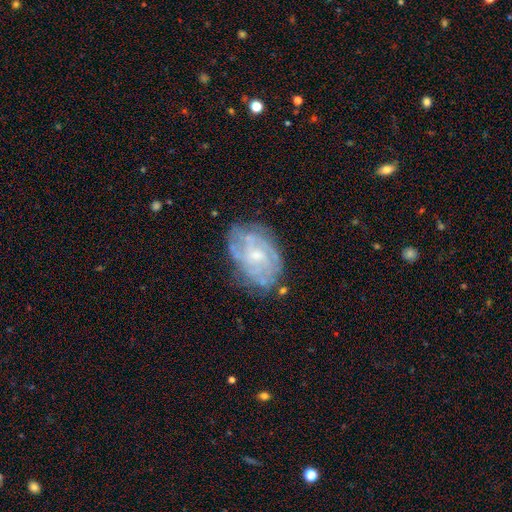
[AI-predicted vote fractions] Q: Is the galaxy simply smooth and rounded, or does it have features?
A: featured or disk — 75%.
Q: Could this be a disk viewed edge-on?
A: no — 97%.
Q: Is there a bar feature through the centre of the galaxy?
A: no — 62%.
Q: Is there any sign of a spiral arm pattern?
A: yes — 79%.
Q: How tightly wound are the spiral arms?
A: tight — 55%.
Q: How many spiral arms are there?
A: can't tell — 52%.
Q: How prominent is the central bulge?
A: small — 53%.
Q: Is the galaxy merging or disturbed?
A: none — 67%.